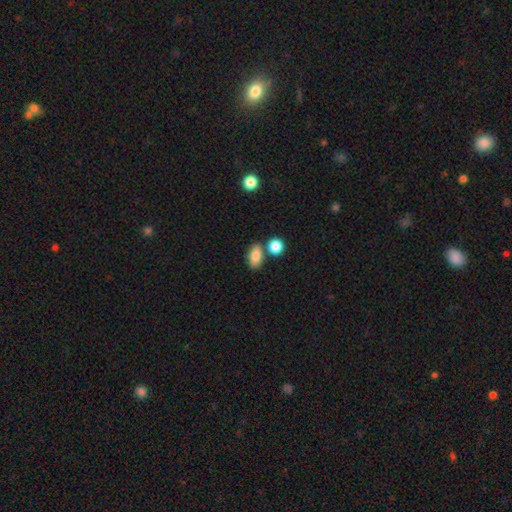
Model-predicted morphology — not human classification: smooth_or_featured: smooth (p=0.84) [alt: star or artifact p=0.08]
how_rounded: in between (p=0.84) [alt: round p=0.12]
merging: none (p=0.68) [alt: merger p=0.17]